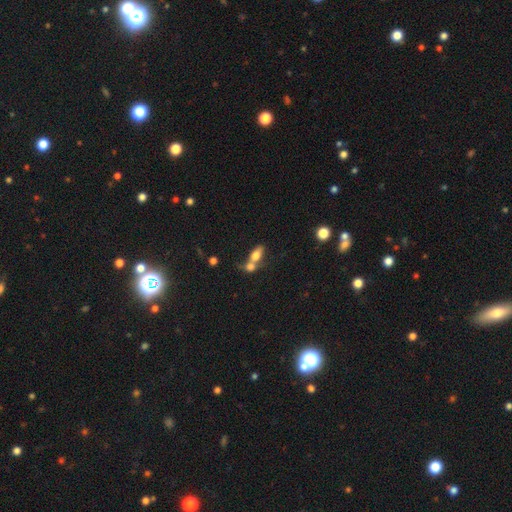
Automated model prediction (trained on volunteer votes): smooth_or_featured: smooth (p=0.70) [alt: featured or disk p=0.20]
how_rounded: in between (p=0.75) [alt: cigar-shaped p=0.12]
merging: merger (p=0.64) [alt: none p=0.23]